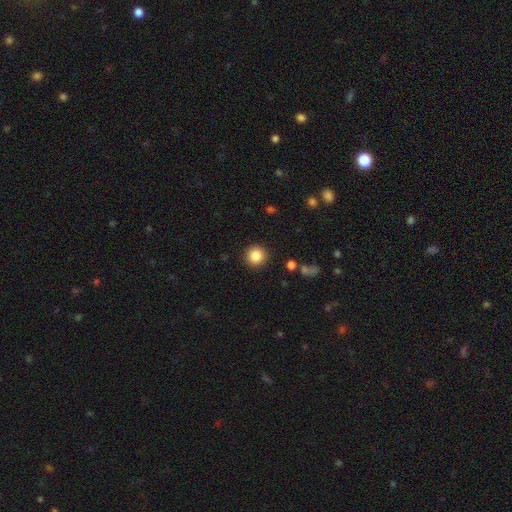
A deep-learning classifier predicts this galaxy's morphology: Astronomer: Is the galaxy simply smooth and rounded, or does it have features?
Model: smooth — 85%.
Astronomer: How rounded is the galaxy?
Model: round — 94%.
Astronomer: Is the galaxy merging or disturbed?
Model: none — 91%.